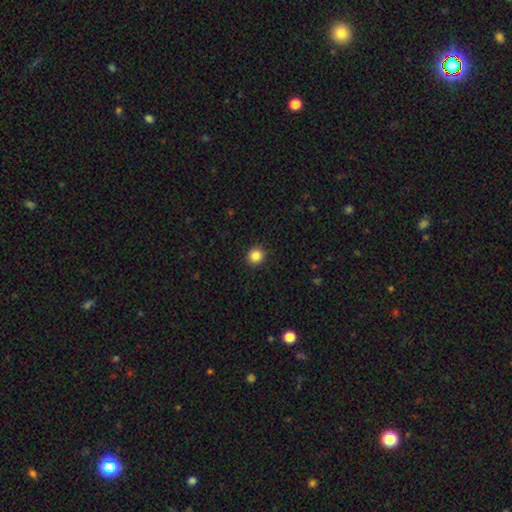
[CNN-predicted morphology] Overall: smooth (86%). How rounded: round (89%). Merging: none (92%).